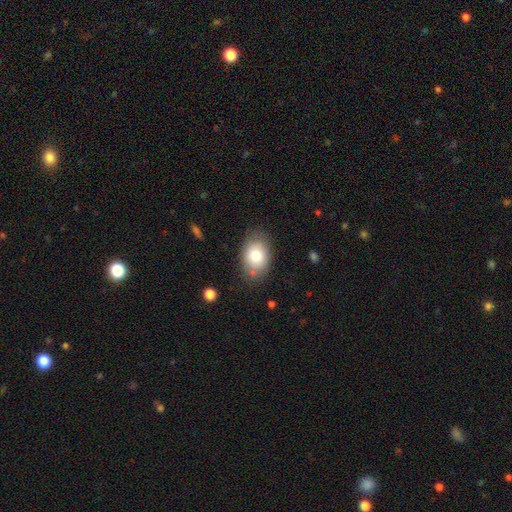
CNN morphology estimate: type=smooth (79%); roundness=in between (79%); merging=none (77%).